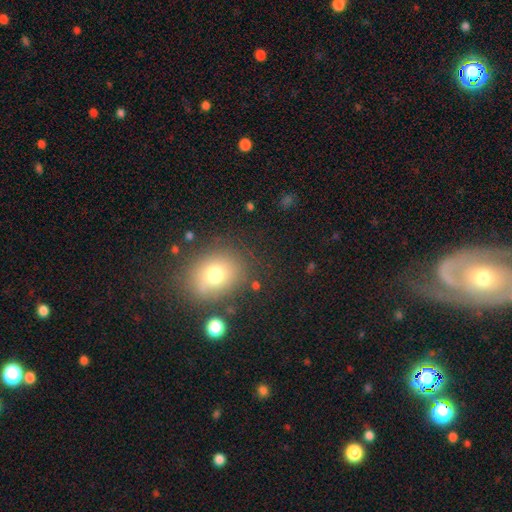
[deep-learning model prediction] The model was most divided on "how rounded": round: 61%, in between: 38%, cigar-shaped: 1%. More confident: merging — none (81%); smooth or featured — smooth (59%).